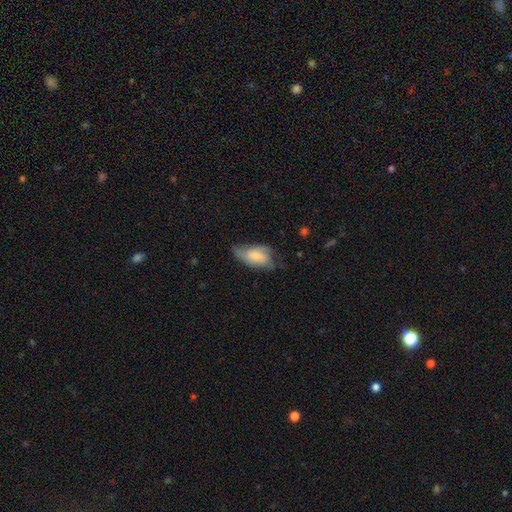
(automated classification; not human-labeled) Smooth or featured?
  - smooth: 61% *
  - featured or disk: 31%
  - star or artifact: 7%
How rounded?
  - in between: 91% *
  - cigar-shaped: 5%
  - round: 4%
Merging?
  - none: 41% *
  - minor disturbance: 38%
  - major disturbance: 19%
  - merger: 2%